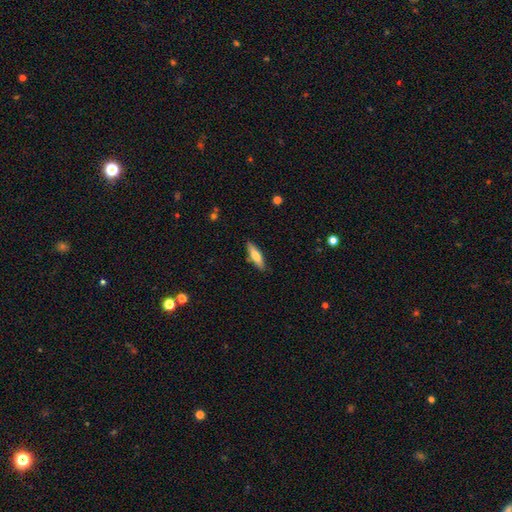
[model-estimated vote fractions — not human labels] Morphology: type=smooth (65%); roundness=cigar-shaped (63%); merging=none (86%).